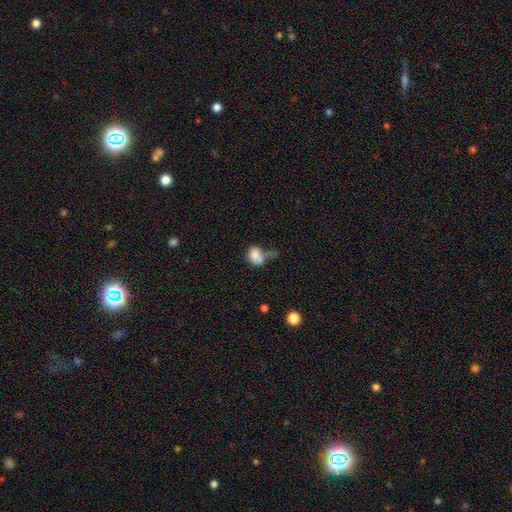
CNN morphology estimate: Smooth or featured? smooth (73%)
How rounded? in between (58%)
Merging? merger (49%)